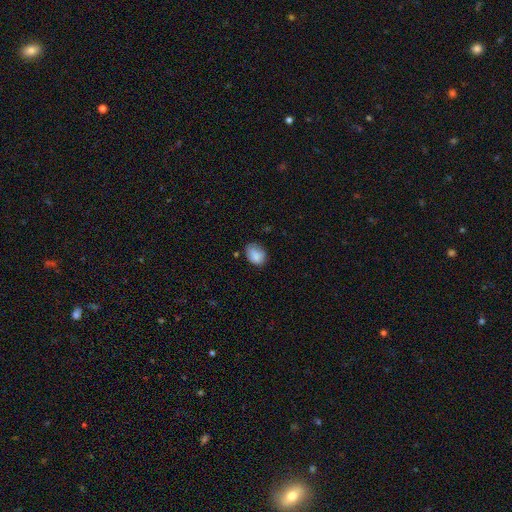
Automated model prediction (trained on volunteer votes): A smooth galaxy with no disk features (84%) that is in between round and cigar-shaped (71%). Merging: none (64%).